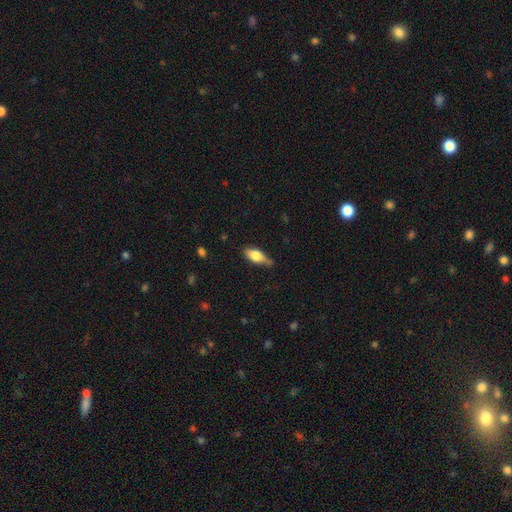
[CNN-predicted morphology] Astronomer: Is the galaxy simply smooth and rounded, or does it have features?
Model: smooth — 69%.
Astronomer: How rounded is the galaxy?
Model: in between — 76%.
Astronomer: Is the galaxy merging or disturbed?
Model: none — 65%.